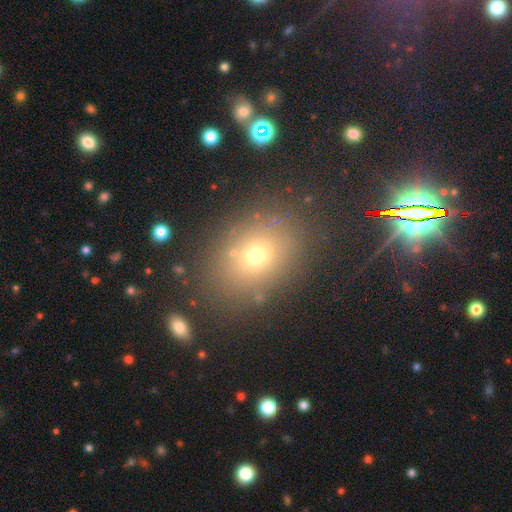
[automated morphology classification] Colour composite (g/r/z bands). It shows a smooth galaxy with no disk features (61%) that is in between round and cigar-shaped (60%). Merging: none (83%).